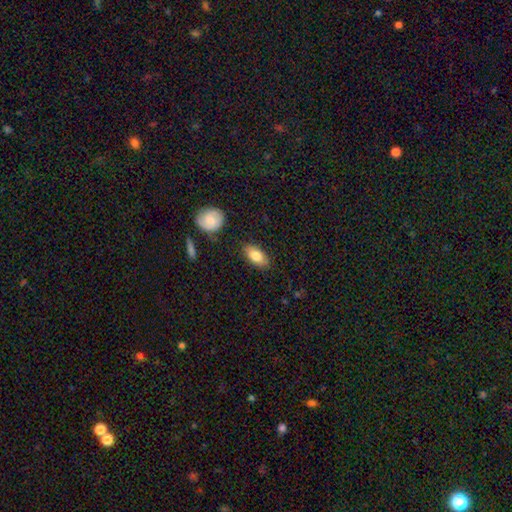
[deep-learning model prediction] The model was most divided on "smooth or featured": smooth: 80%, featured or disk: 14%, star or artifact: 6%. More confident: how rounded — in between (89%); merging — none (84%).